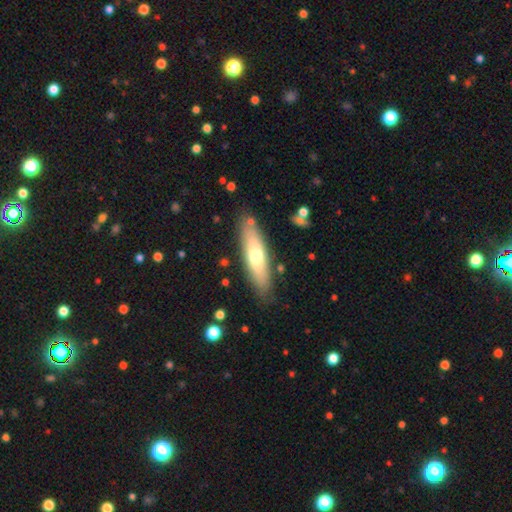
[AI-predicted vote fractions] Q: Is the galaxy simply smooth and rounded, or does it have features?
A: smooth — 60%.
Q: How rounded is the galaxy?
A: cigar-shaped — 61%.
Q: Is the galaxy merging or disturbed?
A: none — 83%.